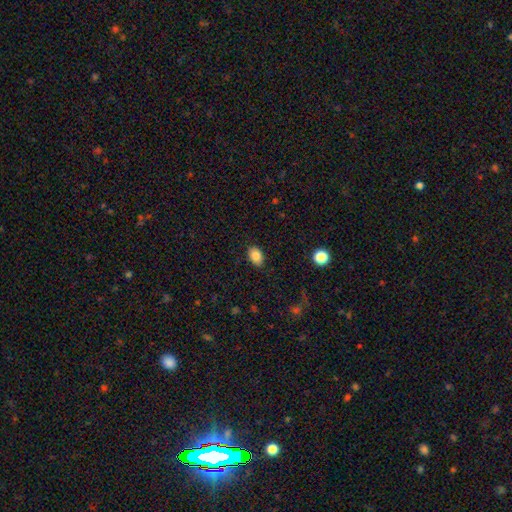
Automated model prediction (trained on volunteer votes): This is clearly a smooth galaxy (85%). How rounded: clearly in between (84%). Merging: clearly none (87%).